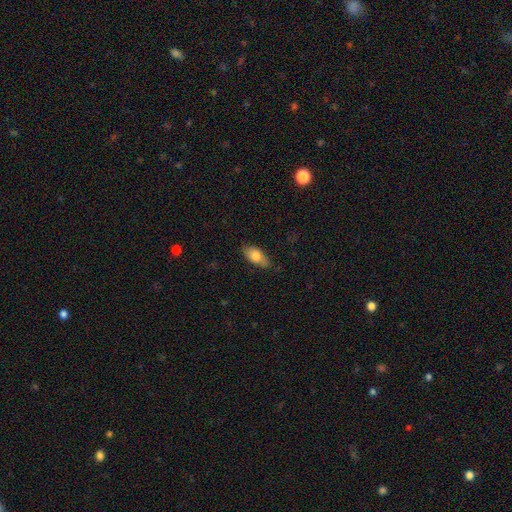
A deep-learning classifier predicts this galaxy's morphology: A smooth galaxy with no disk features (77%) that is in between round and cigar-shaped (87%). Merging: none (80%).